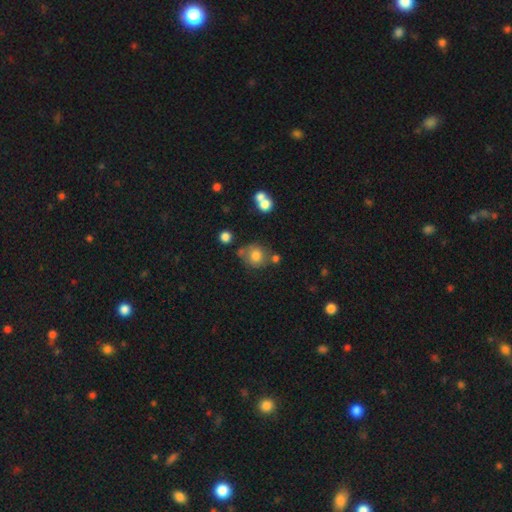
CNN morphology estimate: smooth 75%, featured or disk 14%, star or artifact 11%. Down the decision tree: how rounded — round (79%); merging — none (61%).